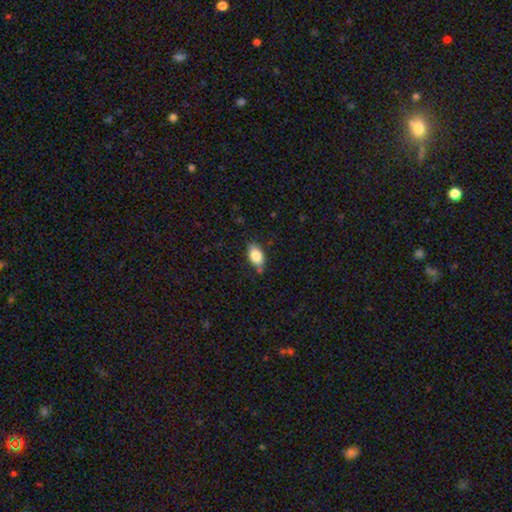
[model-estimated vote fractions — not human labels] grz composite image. It shows a smooth galaxy with no disk features (82%) that is in between round and cigar-shaped (89%). Merging: none (77%).